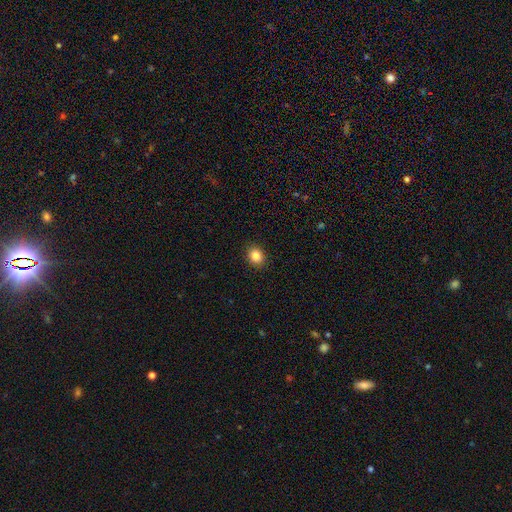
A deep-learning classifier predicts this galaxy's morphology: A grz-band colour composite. It shows a smooth galaxy with no disk features (86%) that is round (62%). Merging: none (91%).